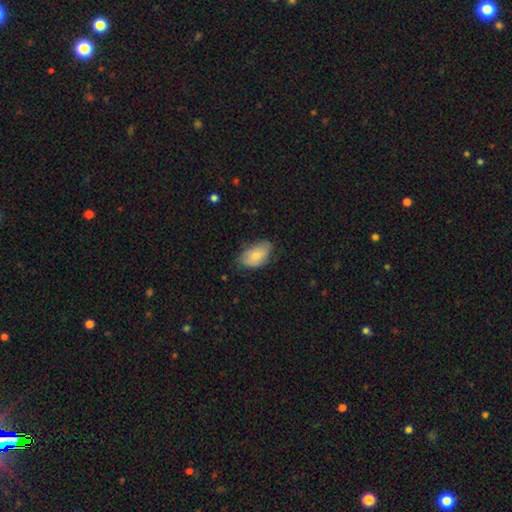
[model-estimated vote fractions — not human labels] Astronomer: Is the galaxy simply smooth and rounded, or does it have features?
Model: smooth — 70%.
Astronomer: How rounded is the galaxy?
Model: in between — 93%.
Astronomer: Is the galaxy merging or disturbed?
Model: none — 63%.